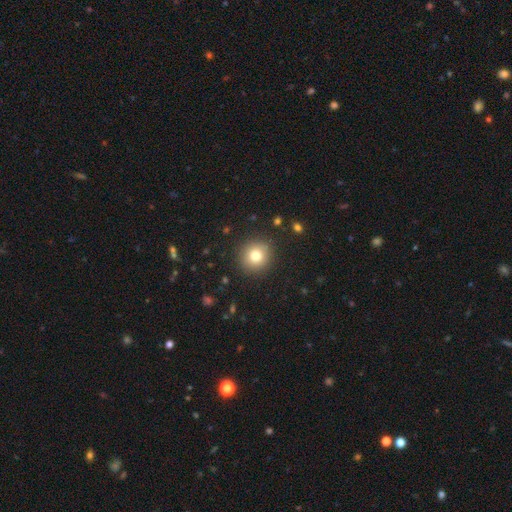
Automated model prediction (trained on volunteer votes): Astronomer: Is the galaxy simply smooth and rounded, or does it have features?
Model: smooth — 77%.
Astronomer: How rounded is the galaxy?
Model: round — 92%.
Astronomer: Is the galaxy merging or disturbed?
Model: none — 90%.